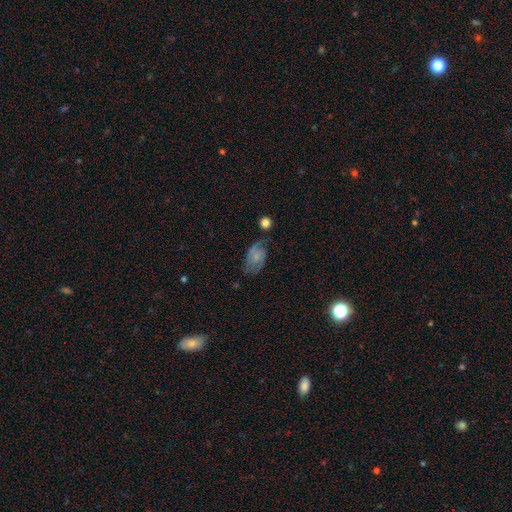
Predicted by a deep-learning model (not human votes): smooth-or-featured: featured or disk: 60% | smooth: 32% | star or artifact: 8%
  disk-edge-on: no: 96% | yes: 4%
    bar: no: 70% | weak: 26% | strong: 4%
    has-spiral-arms: yes: 86% | no: 14%
    bulge-size: small: 58% | none: 20% | moderate: 18% | large: 3% | dominant: 1%
  merging: none: 51% | minor disturbance: 28% | major disturbance: 17% | merger: 4%